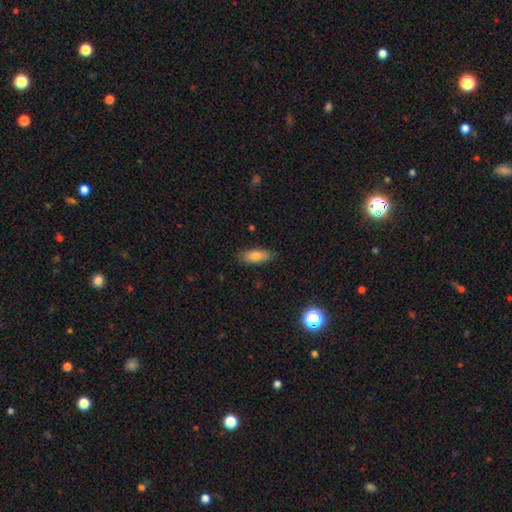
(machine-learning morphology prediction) A smooth galaxy with no disk features (80%) that is in between round and cigar-shaped (71%).

Vote fractions:
- Smooth or featured? smooth: 80% / featured or disk: 12% / star or artifact: 8%
- How rounded? in between: 71% / cigar-shaped: 26% / round: 2%
- Merging? none: 84% / minor disturbance: 12% / major disturbance: 2% / merger: 1%